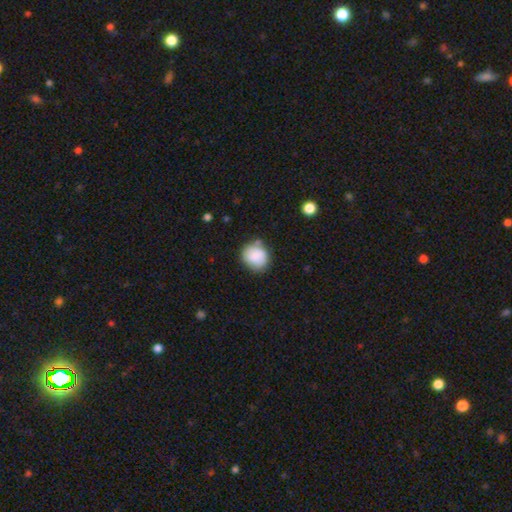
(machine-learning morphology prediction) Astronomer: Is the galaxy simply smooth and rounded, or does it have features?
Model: smooth — 84%.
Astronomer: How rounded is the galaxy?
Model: round — 78%.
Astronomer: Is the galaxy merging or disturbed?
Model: none — 69%.